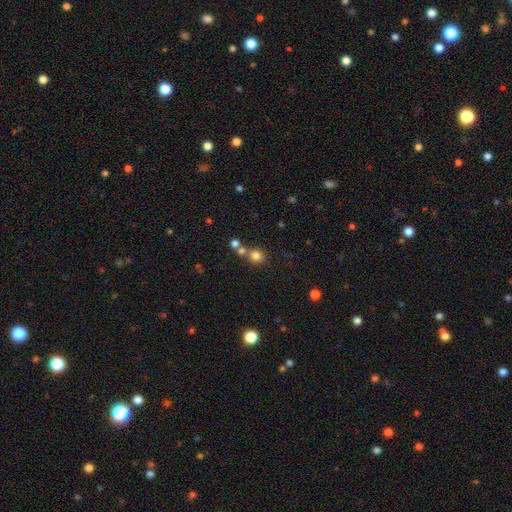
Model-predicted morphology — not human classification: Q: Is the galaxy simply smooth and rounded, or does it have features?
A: smooth — 78%.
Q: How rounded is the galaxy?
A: round — 88%.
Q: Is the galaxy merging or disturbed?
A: none — 58%.